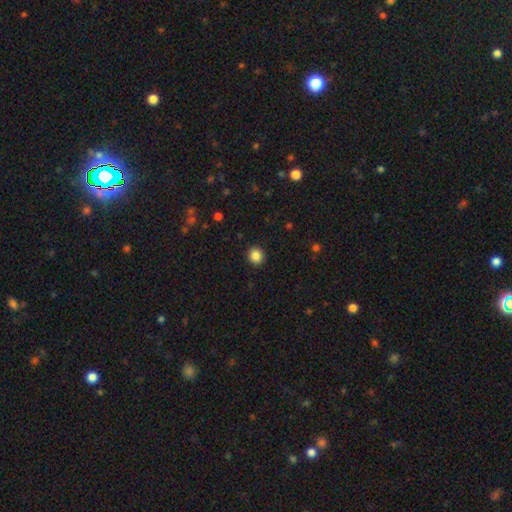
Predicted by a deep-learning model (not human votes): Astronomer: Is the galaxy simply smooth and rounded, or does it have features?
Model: smooth — 87%.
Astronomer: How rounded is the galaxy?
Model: round — 86%.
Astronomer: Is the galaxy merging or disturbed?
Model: none — 92%.